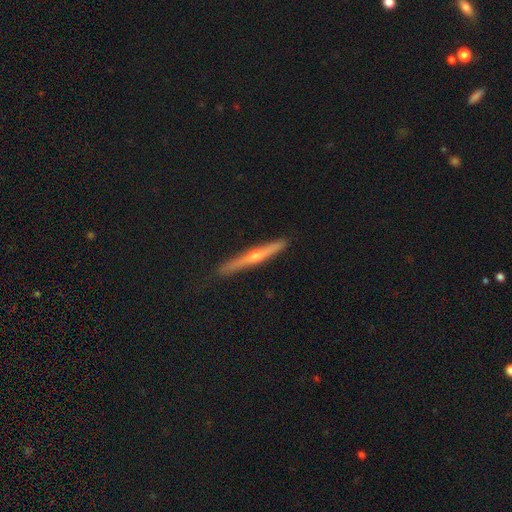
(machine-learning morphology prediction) Q: Smooth or featured?
A: featured or disk (67%); runner-up: smooth (23%)
Q: Edge-on disk?
A: yes (95%); runner-up: no (5%)
Q: Edge-on bulge?
A: rounded (84%); runner-up: none (12%)
Q: Merging?
A: none (89%); runner-up: minor disturbance (8%)